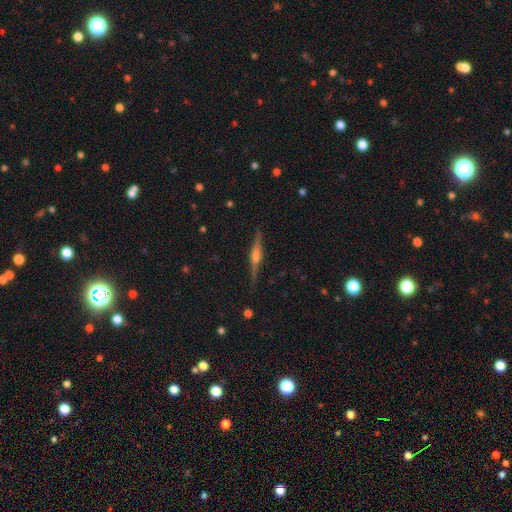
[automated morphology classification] This appears to be a featured or disk galaxy (75%) viewed edge-on (98%) with a rounded central bulge (72%). Merging: none (89%).